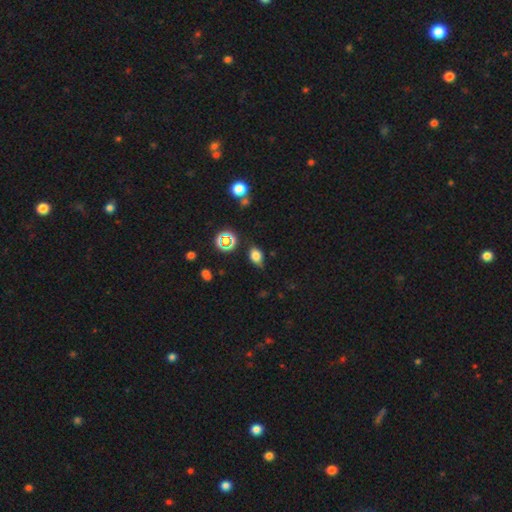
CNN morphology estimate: smooth 72%, star or artifact 18%, featured or disk 10%. Down the decision tree: how rounded — in between (68%); merging — none (66%).